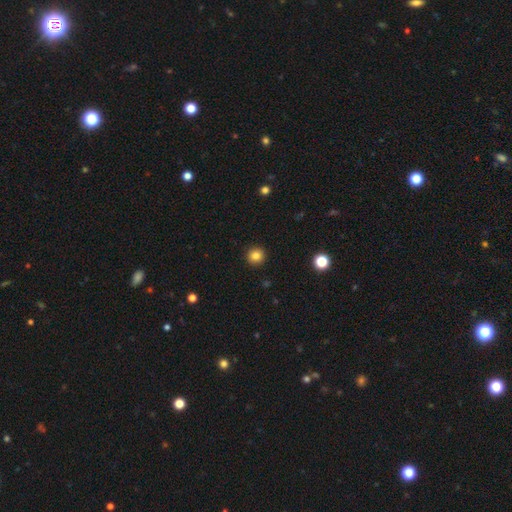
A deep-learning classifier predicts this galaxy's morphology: A smooth galaxy with no disk features (83%) that is round (94%). Merging: none (93%).